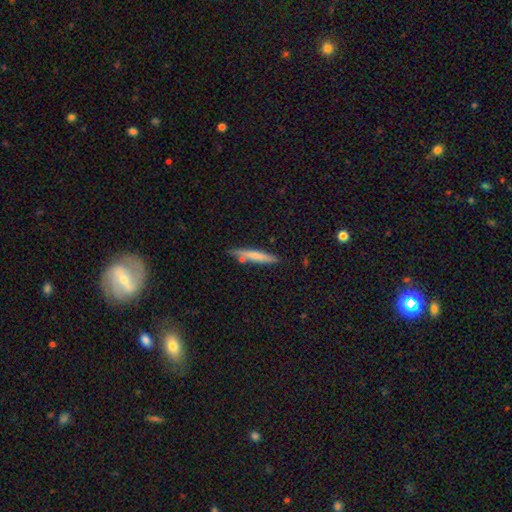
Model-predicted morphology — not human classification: smooth 66%, featured or disk 28%, star or artifact 6%. Down the decision tree: how rounded — cigar-shaped (93%); merging — none (78%).